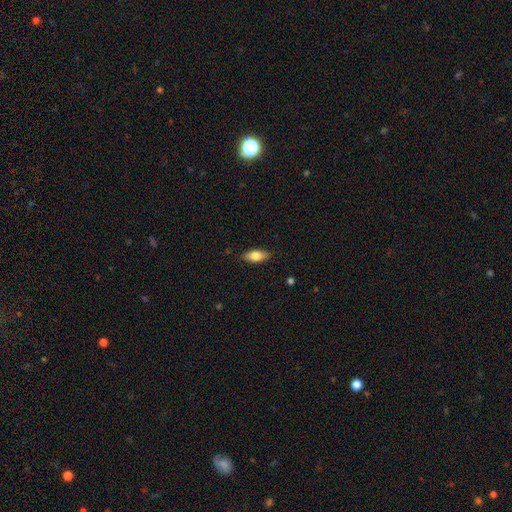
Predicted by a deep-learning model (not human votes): Smooth or featured?
  - smooth: 76% *
  - featured or disk: 17%
  - star or artifact: 6%
How rounded?
  - in between: 83% *
  - cigar-shaped: 13%
  - round: 3%
Merging?
  - none: 86% *
  - minor disturbance: 11%
  - major disturbance: 2%
  - merger: 1%